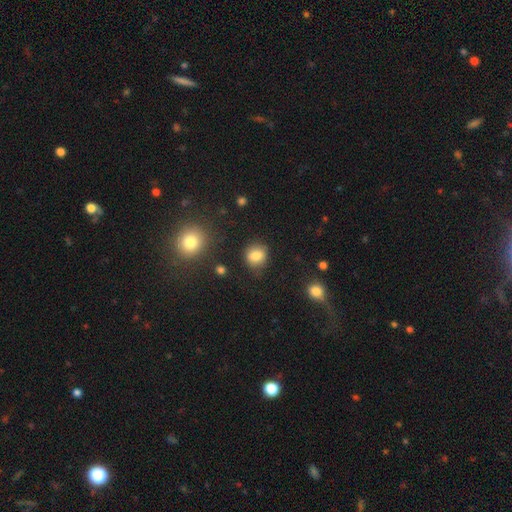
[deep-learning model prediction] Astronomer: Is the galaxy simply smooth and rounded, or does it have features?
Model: smooth — 82%.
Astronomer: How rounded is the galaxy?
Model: round — 76%.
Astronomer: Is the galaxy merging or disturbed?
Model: none — 80%.